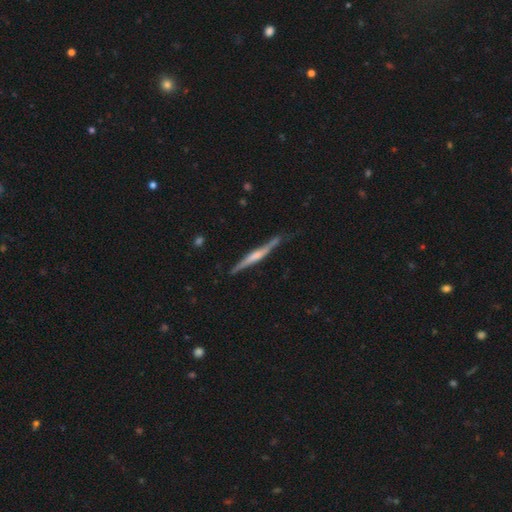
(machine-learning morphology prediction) featured or disk 67%, smooth 27%, star or artifact 5%. Down the decision tree: edge-on disk — yes (96%); edge-on bulge — rounded (48%); merging — none (76%).